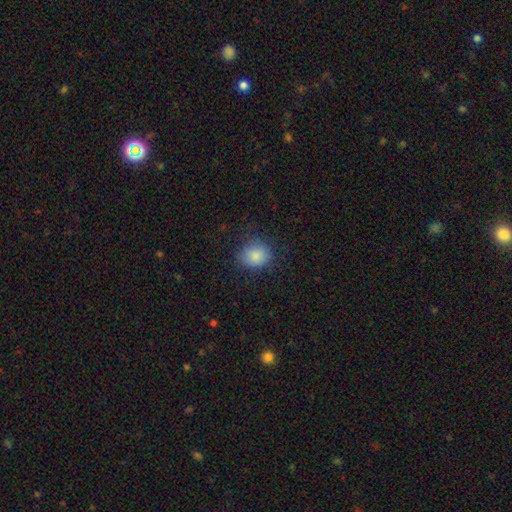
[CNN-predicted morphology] Overall: smooth (86%). How rounded: round (72%). Merging: none (79%).